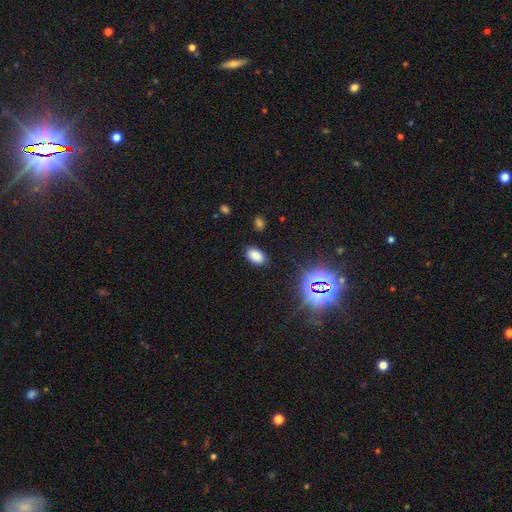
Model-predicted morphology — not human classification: A smooth galaxy with no disk features (79%) that is in between round and cigar-shaped (90%). Merging: none (87%).